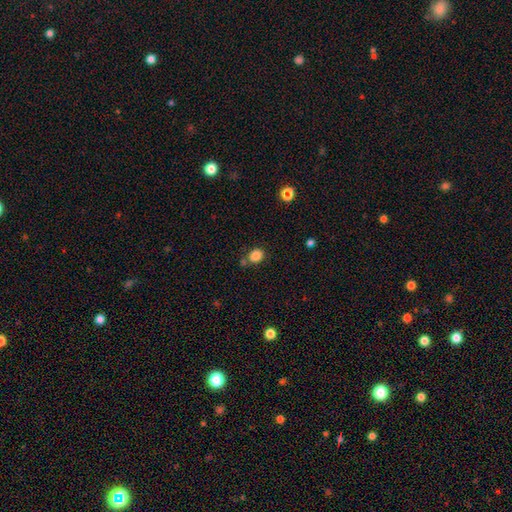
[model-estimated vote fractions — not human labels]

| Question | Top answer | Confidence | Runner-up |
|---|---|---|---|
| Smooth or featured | smooth | 85% | star or artifact (11%) |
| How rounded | round | 60% | in between (39%) |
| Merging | none | 71% | minor disturbance (13%) |